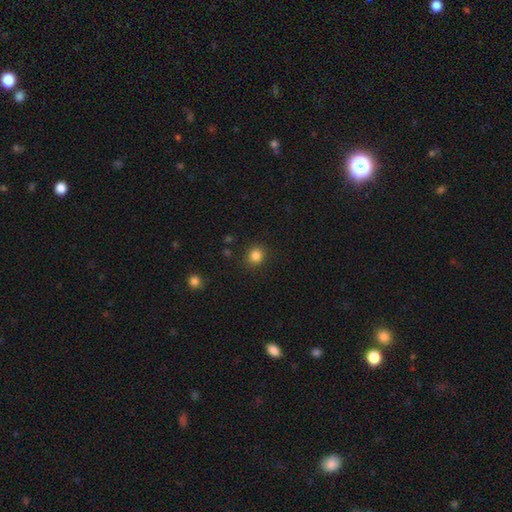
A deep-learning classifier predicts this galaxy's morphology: Smooth or featured? Predicted: smooth (p=0.84). How rounded? Predicted: round (p=0.83). Merging? Predicted: none (p=0.88).